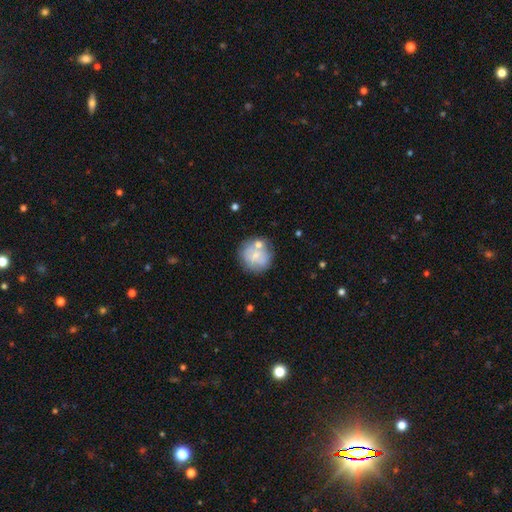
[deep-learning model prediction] A smooth galaxy with no disk features (55%) that is round (89%).

Vote fractions:
- Smooth or featured? smooth: 55% / featured or disk: 37% / star or artifact: 8%
- How rounded? round: 89% / in between: 10% / cigar-shaped: 1%
- Merging? none: 62% / minor disturbance: 17% / merger: 15% / major disturbance: 7%